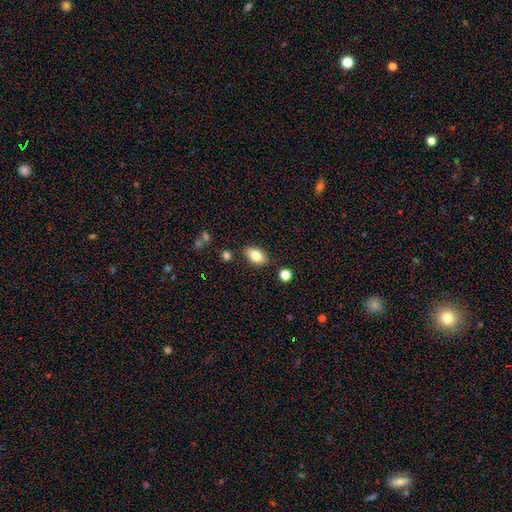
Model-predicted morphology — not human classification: Overall: smooth (81%). How rounded: in between (89%). Merging: none (83%).